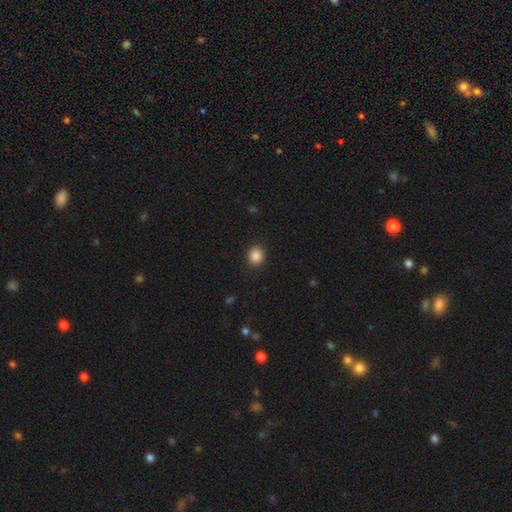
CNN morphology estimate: Q: Smooth or featured?
A: smooth (86%); runner-up: star or artifact (10%)
Q: How rounded?
A: round (75%); runner-up: in between (24%)
Q: Merging?
A: none (90%); runner-up: minor disturbance (7%)